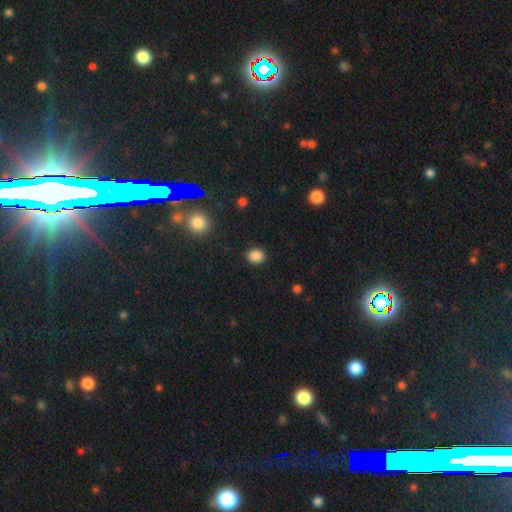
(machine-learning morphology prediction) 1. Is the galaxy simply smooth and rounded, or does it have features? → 86% smooth, 11% star or artifact, 3% featured or disk.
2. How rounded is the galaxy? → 72% round, 27% in between, 1% cigar-shaped.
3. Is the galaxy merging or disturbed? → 90% none, 7% minor disturbance, 2% major disturbance, 1% merger.